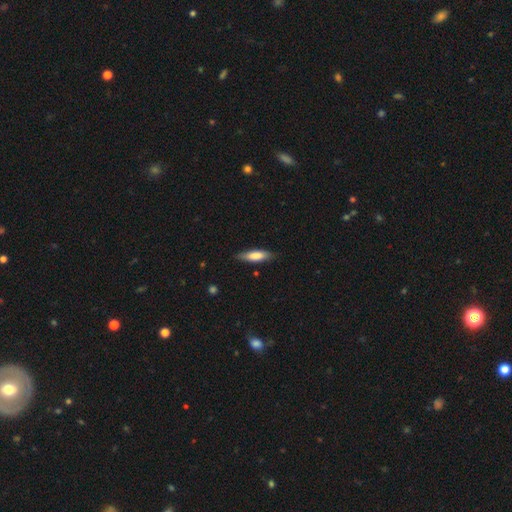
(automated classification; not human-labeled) Smooth or featured: smooth — 75% (featured or disk — 19%)
How rounded: cigar-shaped — 58% (in between — 40%)
Merging: none — 82% (minor disturbance — 15%)